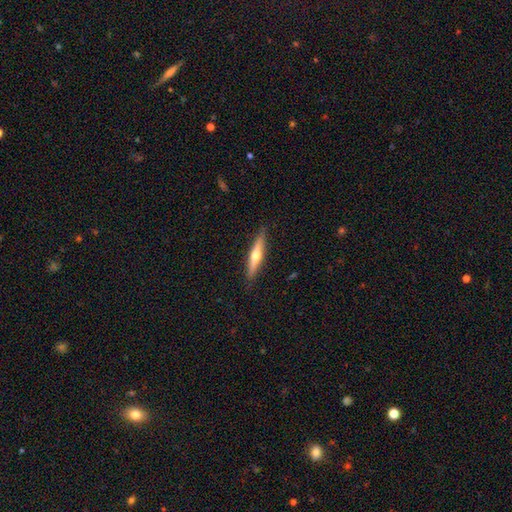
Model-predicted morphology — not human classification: This appears to be a featured or disk galaxy (56%) viewed edge-on (96%) with a rounded central bulge (90%). Merging: none (88%).